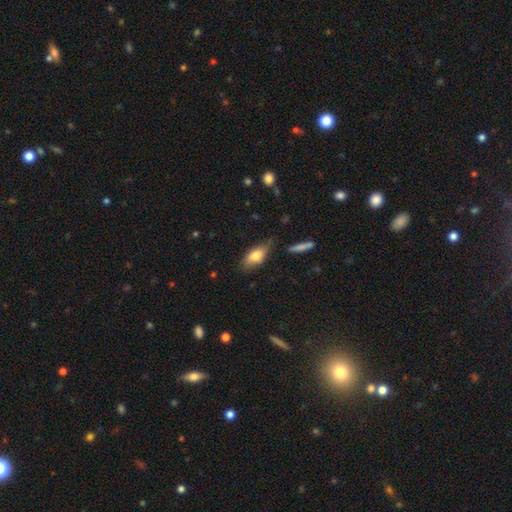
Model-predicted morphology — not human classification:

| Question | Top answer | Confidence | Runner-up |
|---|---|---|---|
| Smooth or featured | smooth | 77% | featured or disk (16%) |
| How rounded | in between | 83% | cigar-shaped (13%) |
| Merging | none | 71% | minor disturbance (22%) |